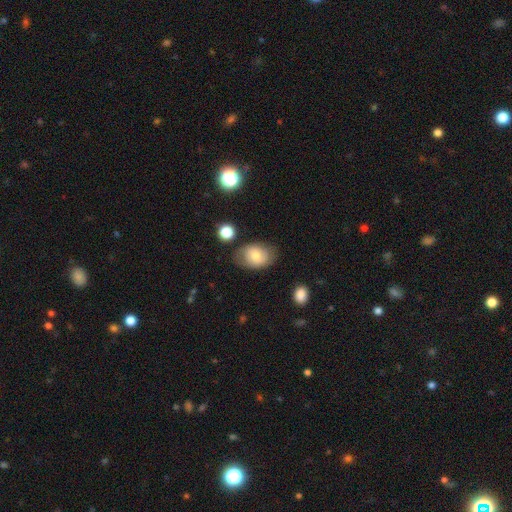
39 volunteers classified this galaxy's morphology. This appears to be a smooth galaxy with no disk features (64%) that is in between round and cigar-shaped (88%). Merging: none (81%).